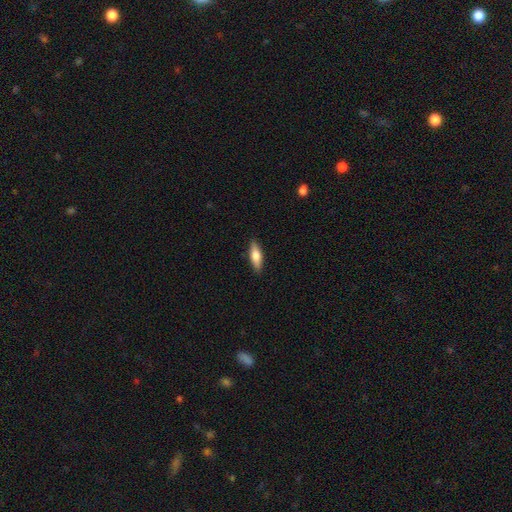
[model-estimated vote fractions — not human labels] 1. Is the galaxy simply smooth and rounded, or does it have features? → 69% smooth, 25% featured or disk, 6% star or artifact.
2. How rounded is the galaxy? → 53% in between, 45% cigar-shaped, 2% round.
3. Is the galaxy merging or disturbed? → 88% none, 9% minor disturbance, 2% major disturbance, 1% merger.